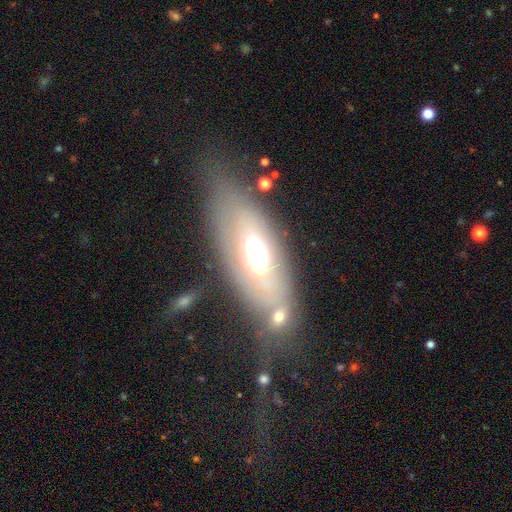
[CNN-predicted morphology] The model was most divided on "smooth or featured": featured or disk: 48%, smooth: 42%, star or artifact: 10%. More confident: merging — none (59%).